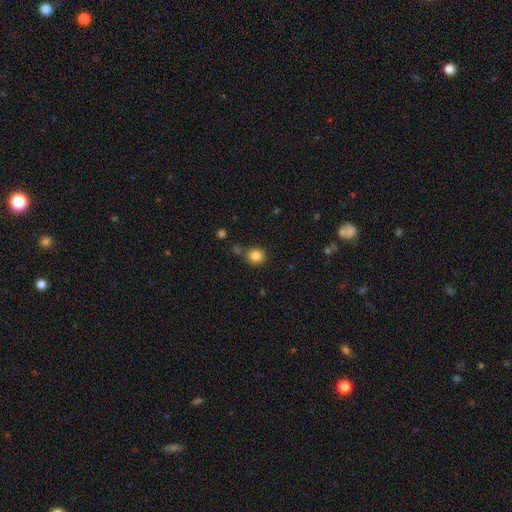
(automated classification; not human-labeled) A smooth galaxy with no disk features (83%) that is round (82%). Merging: none (73%).